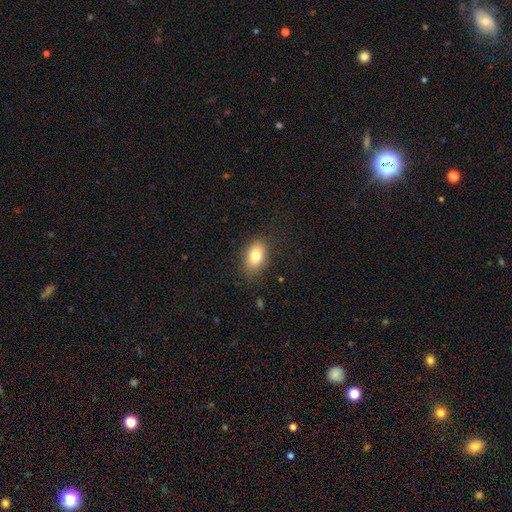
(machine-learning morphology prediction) smooth-or-featured: smooth: 80% | featured or disk: 11% | star or artifact: 9%
  how-rounded: in between: 85% | round: 13% | cigar-shaped: 2%
  merging: none: 83% | minor disturbance: 13% | major disturbance: 4% | merger: 1%